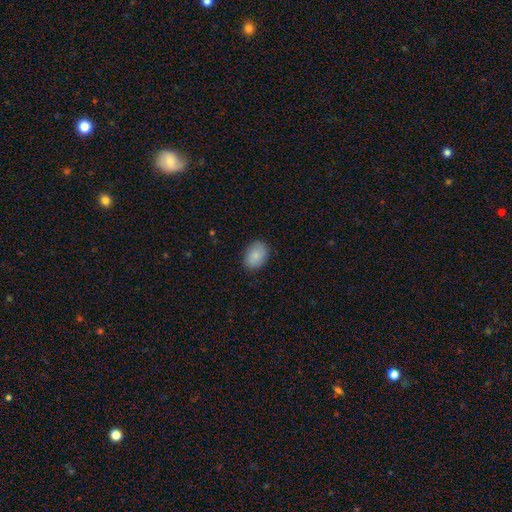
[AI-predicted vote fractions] smooth 87%, featured or disk 7%, star or artifact 7%. Down the decision tree: how rounded — in between (78%); merging — none (85%).